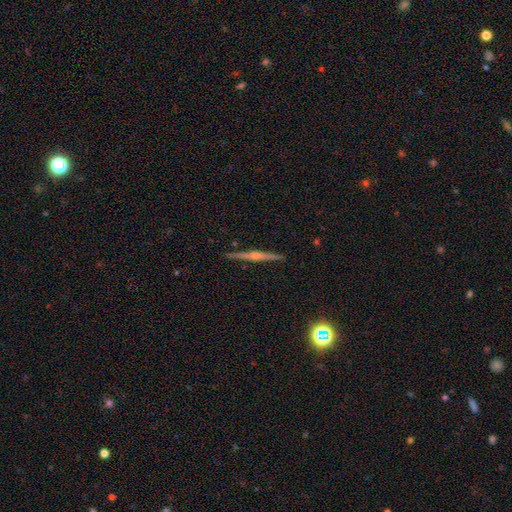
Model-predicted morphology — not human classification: Overall: featured or disk (75%). Edge-on disk: yes (99%). Edge-on bulge: rounded (70%). Merging: none (92%).